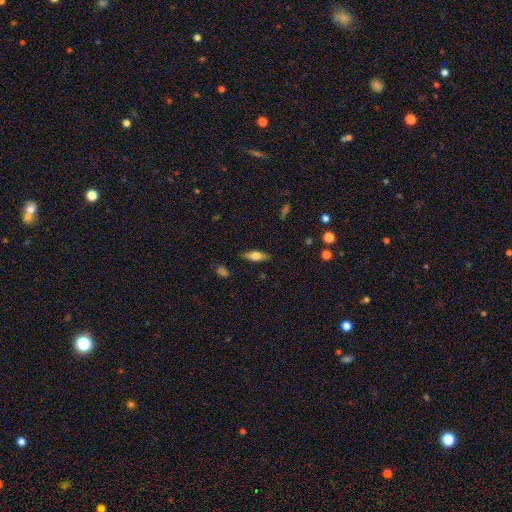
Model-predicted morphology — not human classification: Q: Smooth or featured?
A: smooth (68%); runner-up: featured or disk (25%)
Q: How rounded?
A: in between (67%); runner-up: cigar-shaped (31%)
Q: Merging?
A: none (86%); runner-up: minor disturbance (10%)